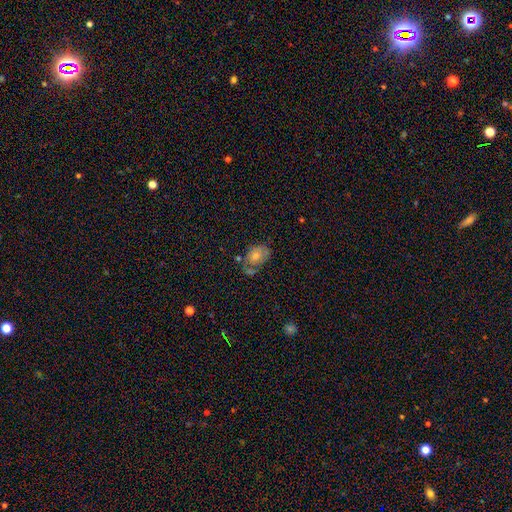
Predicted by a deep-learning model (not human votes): This is possibly a smooth galaxy (51%). How rounded: likely in between (68%). Merging: possibly none (55%).